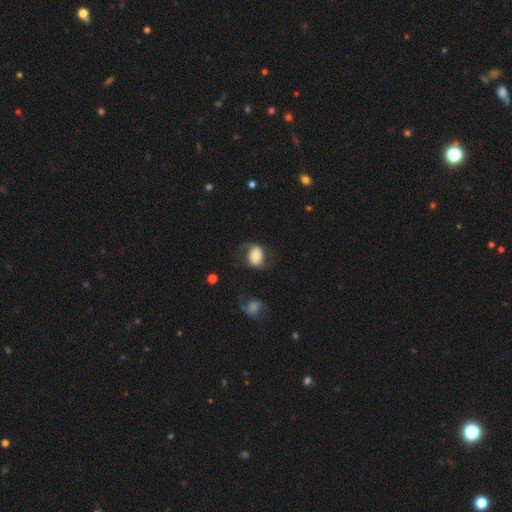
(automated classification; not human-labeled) This appears to be a smooth galaxy with no disk features (48%). Merging: none (52%).